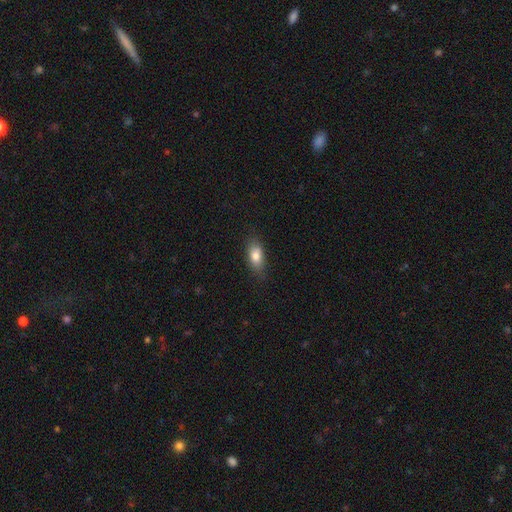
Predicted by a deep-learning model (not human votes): Smooth or featured? Predicted: smooth (p=0.81). How rounded? Predicted: in between (p=0.84). Merging? Predicted: none (p=0.81).